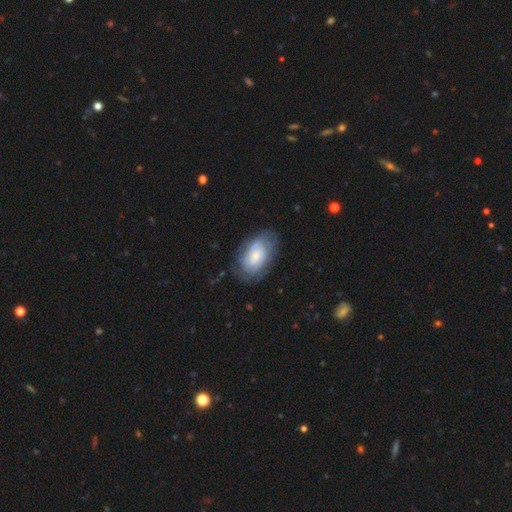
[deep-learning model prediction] Smooth or featured?
  - featured or disk: 51% *
  - smooth: 42%
  - star or artifact: 7%
Edge-on disk?
  - no: 95% *
  - yes: 5%
Merging?
  - none: 68% *
  - minor disturbance: 21%
  - major disturbance: 9%
  - merger: 1%